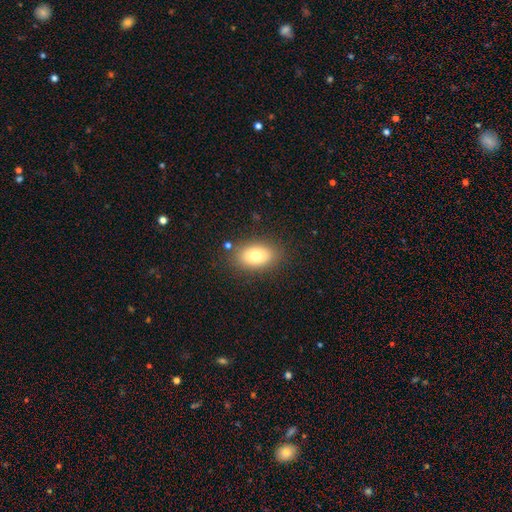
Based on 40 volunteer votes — Smooth or featured: smooth — 72% (featured or disk — 18%)
How rounded: in between — 93% (round — 3%)
Merging: none — 81% (minor disturbance — 14%)